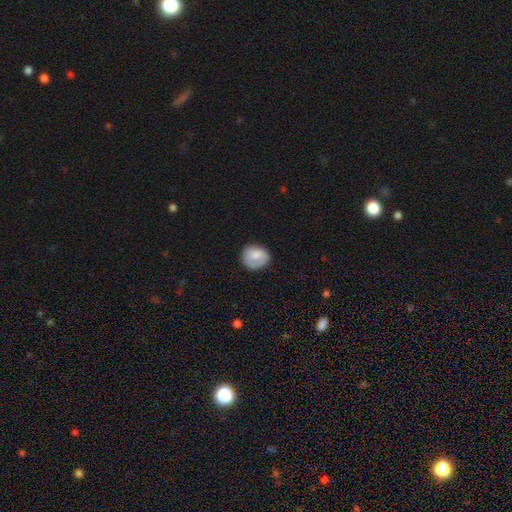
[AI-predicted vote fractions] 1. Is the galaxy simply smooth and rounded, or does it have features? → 76% smooth, 17% featured or disk, 7% star or artifact.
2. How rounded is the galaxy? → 76% round, 23% in between, 1% cigar-shaped.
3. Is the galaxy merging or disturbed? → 72% none, 19% minor disturbance, 7% major disturbance, 1% merger.